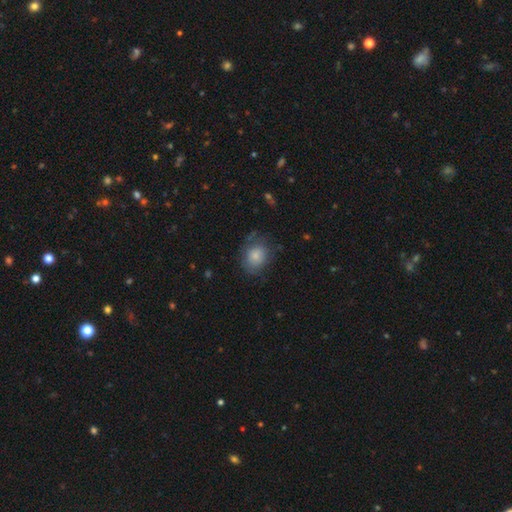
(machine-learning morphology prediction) Smooth or featured? Predicted: smooth (p=0.79). How rounded? Predicted: in between (p=0.50). Merging? Predicted: none (p=0.61).